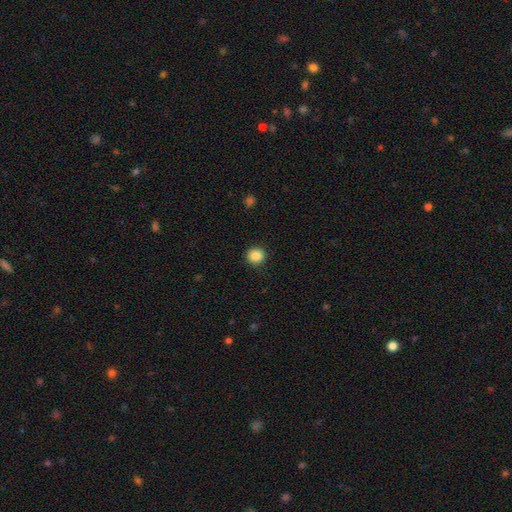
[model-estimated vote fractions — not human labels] Smooth or featured? smooth (87%)
How rounded? round (89%)
Merging? none (90%)